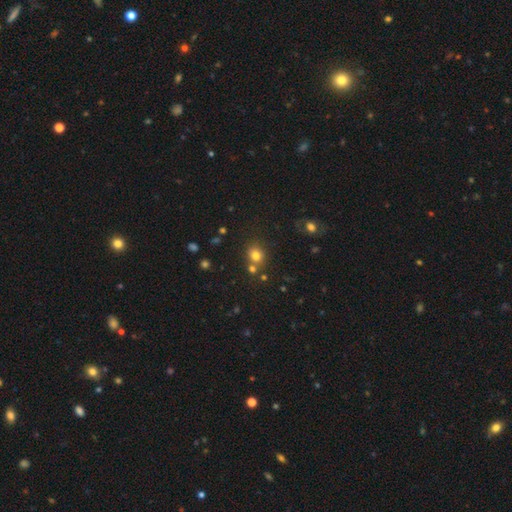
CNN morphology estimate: The model was most divided on "merging": none: 65%, merger: 20%, minor disturbance: 11%, major disturbance: 4%. More confident: how rounded — round (76%); smooth or featured — smooth (75%).